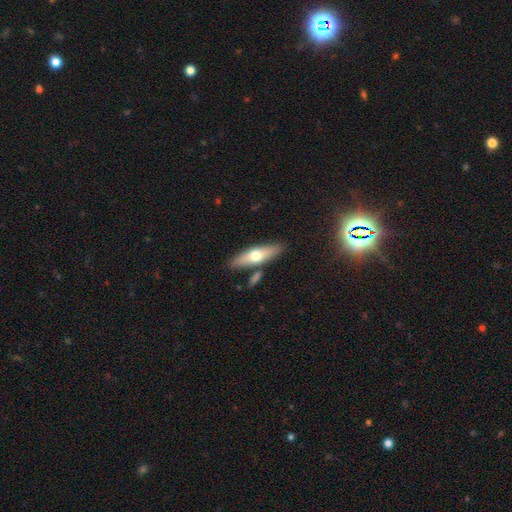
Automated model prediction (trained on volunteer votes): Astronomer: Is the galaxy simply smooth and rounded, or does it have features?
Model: smooth — 53% (runner-up: featured or disk, 41%).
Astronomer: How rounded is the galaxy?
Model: cigar-shaped — 60% (runner-up: in between, 38%).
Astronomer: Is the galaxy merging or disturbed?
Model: none — 79%.